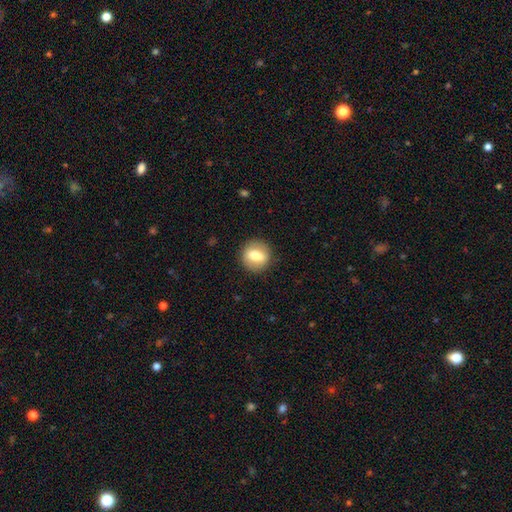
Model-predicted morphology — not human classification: smooth-or-featured: smooth: 68% | featured or disk: 24% | star or artifact: 7%
  how-rounded: round: 79% | in between: 19% | cigar-shaped: 1%
  merging: none: 88% | minor disturbance: 8% | major disturbance: 3% | merger: 1%